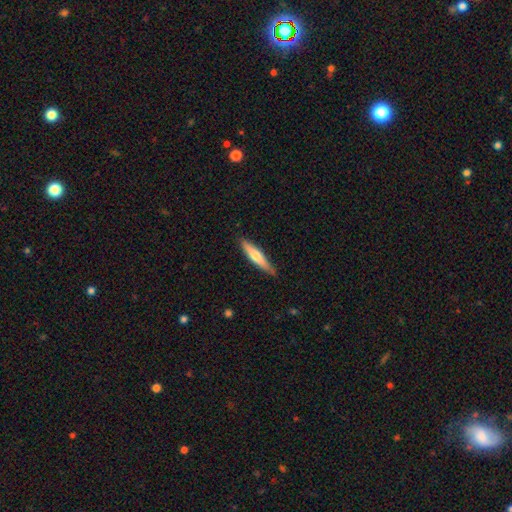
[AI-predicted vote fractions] smooth 57%, featured or disk 38%, star or artifact 5%. Down the decision tree: how rounded — cigar-shaped (85%); merging — none (84%).